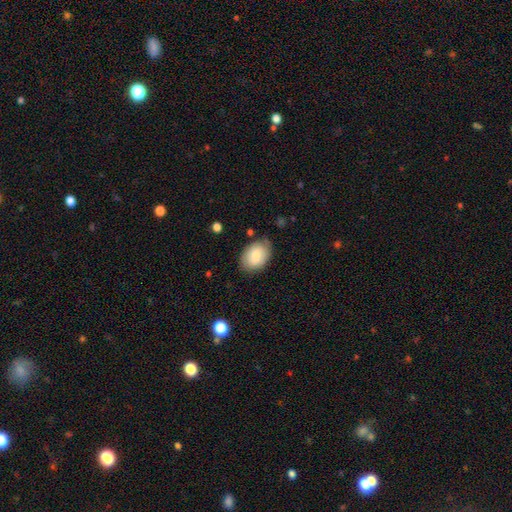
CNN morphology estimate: type=smooth (80%); roundness=in between (81%); merging=none (78%).